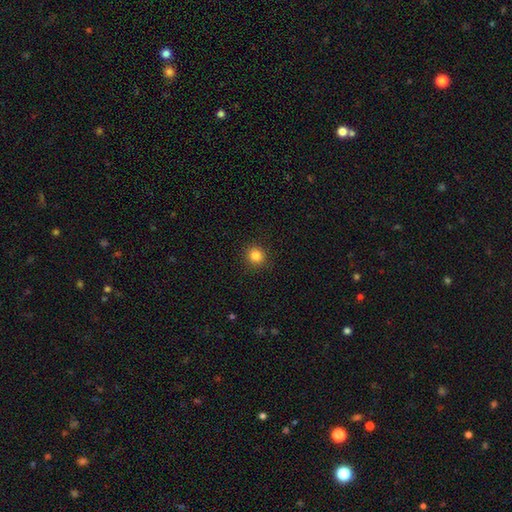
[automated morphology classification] type=smooth (84%); roundness=round (90%); merging=none (92%).